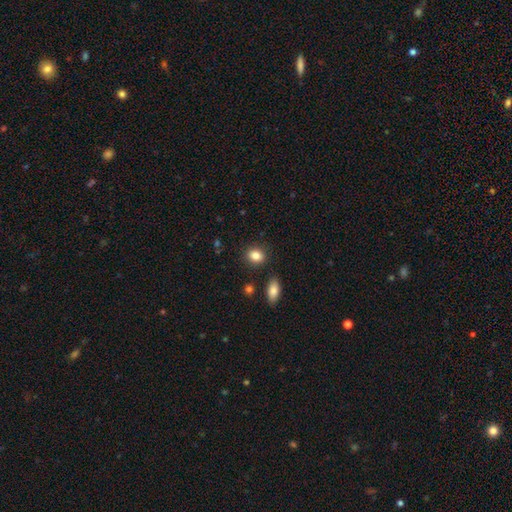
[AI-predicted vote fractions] Smooth or featured? smooth (85%)
How rounded? round (53%)
Merging? none (86%)